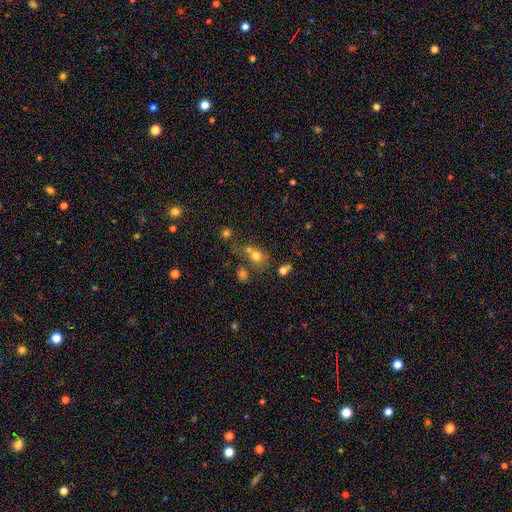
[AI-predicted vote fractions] smooth-or-featured: smooth: 67% | star or artifact: 17% | featured or disk: 15%
  how-rounded: round: 72% | in between: 27% | cigar-shaped: 1%
  merging: merger: 49% | none: 35% | minor disturbance: 10% | major disturbance: 7%